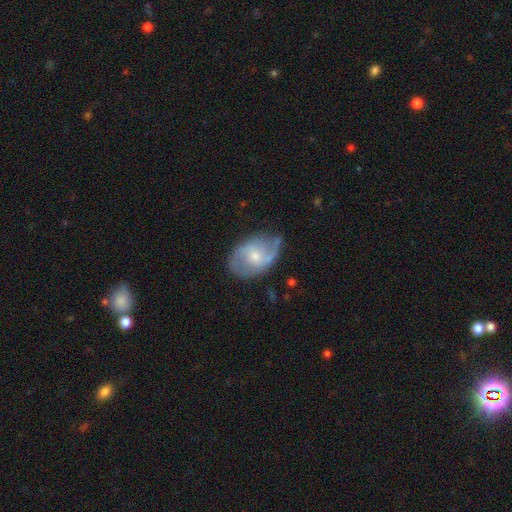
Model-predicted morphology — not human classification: Smooth or featured?
  - featured or disk: 65% *
  - smooth: 29%
  - star or artifact: 6%
Edge-on disk?
  - no: 96% *
  - yes: 4%
Bar?
  - no: 53% *
  - weak: 39%
  - strong: 8%
Spiral arms?
  - yes: 82% *
  - no: 18%
Spiral winding?
  - medium: 43% *
  - loose: 38%
  - tight: 19%
Spiral arm count?
  - 2: 75% *
  - can't tell: 13%
  - 1: 7%
  - 3: 2%
  - 4: 1%
  - more than 4: 1%
Bulge size?
  - small: 48% *
  - moderate: 46%
  - large: 3%
  - none: 2%
  - dominant: 1%
Merging?
  - none: 58% *
  - minor disturbance: 29%
  - major disturbance: 10%
  - merger: 2%